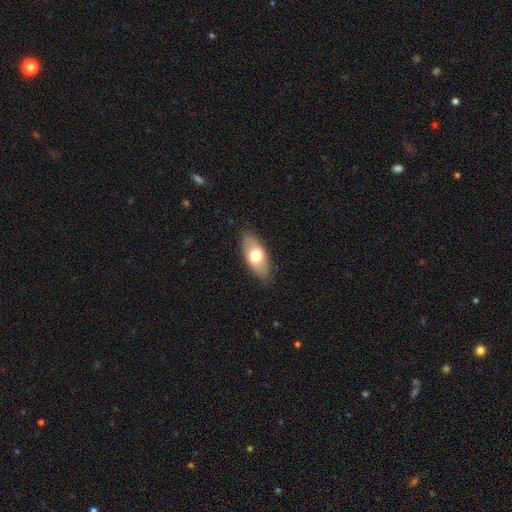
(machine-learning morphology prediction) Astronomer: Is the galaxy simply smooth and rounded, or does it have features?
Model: smooth — 69%.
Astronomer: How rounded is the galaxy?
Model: in between — 87%.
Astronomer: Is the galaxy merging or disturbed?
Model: none — 86%.